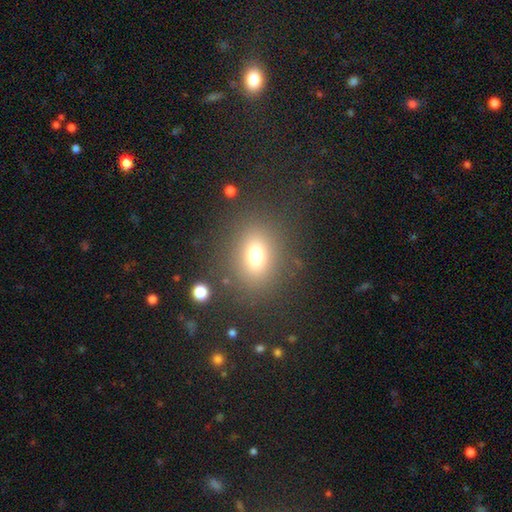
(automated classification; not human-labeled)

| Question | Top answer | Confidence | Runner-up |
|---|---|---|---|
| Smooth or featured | smooth | 72% | star or artifact (17%) |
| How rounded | in between | 50% | round (48%) |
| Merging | none | 82% | minor disturbance (9%) |